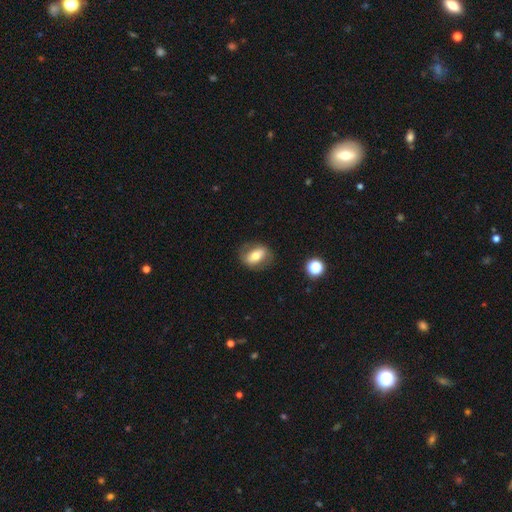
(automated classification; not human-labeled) The model was most divided on "smooth or featured": smooth: 59%, featured or disk: 33%, star or artifact: 8%. More confident: merging — none (77%); how rounded — in between (75%).